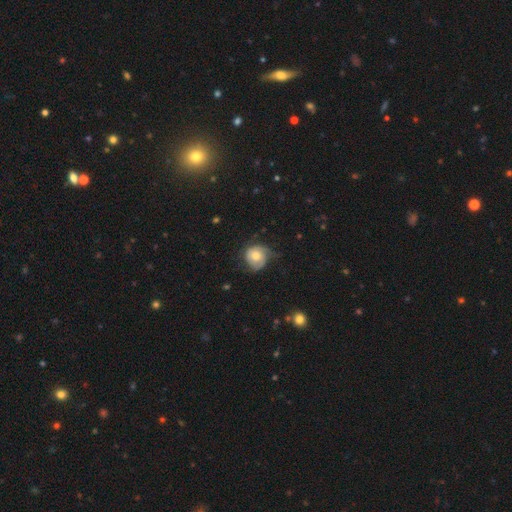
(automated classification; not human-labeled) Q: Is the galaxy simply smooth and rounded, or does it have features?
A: smooth — 49%.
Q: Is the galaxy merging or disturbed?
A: none — 52%.